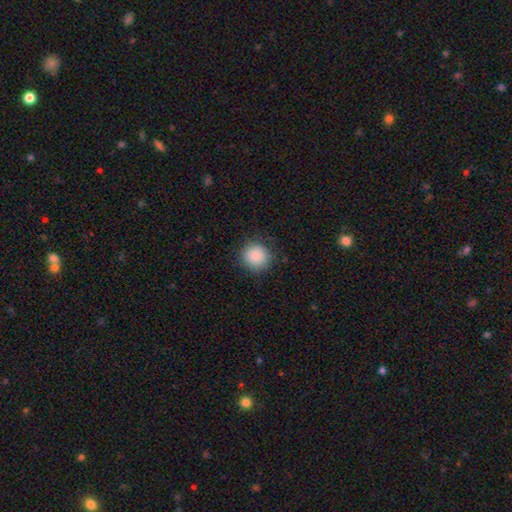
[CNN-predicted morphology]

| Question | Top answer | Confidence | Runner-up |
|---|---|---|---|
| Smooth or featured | smooth | 88% | star or artifact (9%) |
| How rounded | round | 92% | in between (7%) |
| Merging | none | 87% | minor disturbance (9%) |